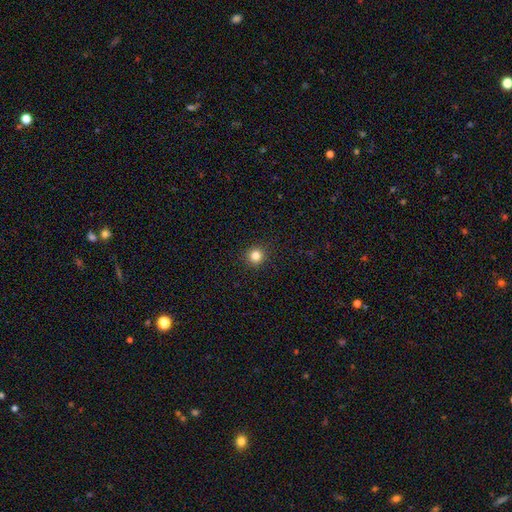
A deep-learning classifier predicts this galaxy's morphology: A smooth galaxy with no disk features (83%) that is round (94%). Merging: none (92%).